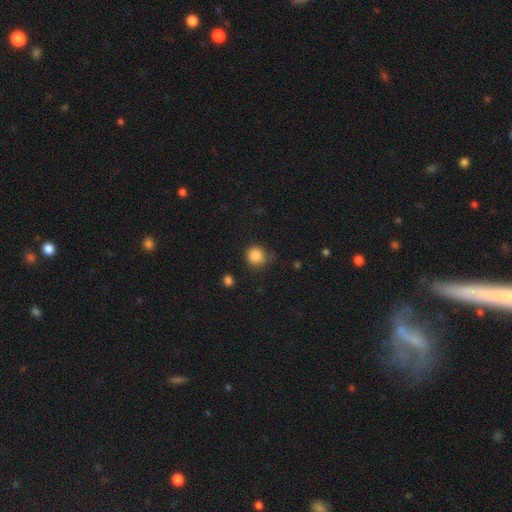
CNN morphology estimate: type=smooth (86%); roundness=round (89%); merging=none (67%).